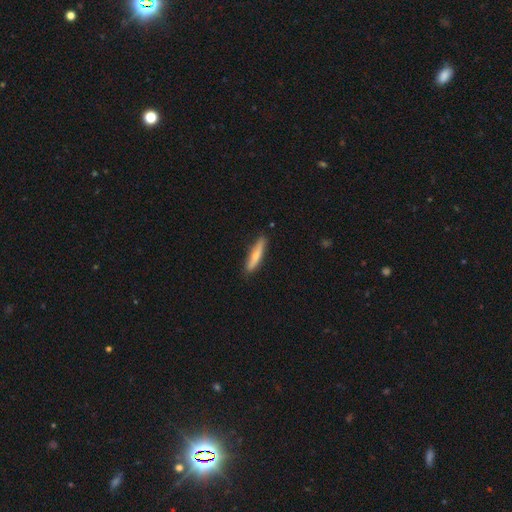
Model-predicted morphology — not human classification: smooth-or-featured: smooth: 58% | featured or disk: 37% | star or artifact: 5%
  how-rounded: cigar-shaped: 86% | in between: 12% | round: 2%
  merging: none: 87% | minor disturbance: 10% | major disturbance: 2% | merger: 1%